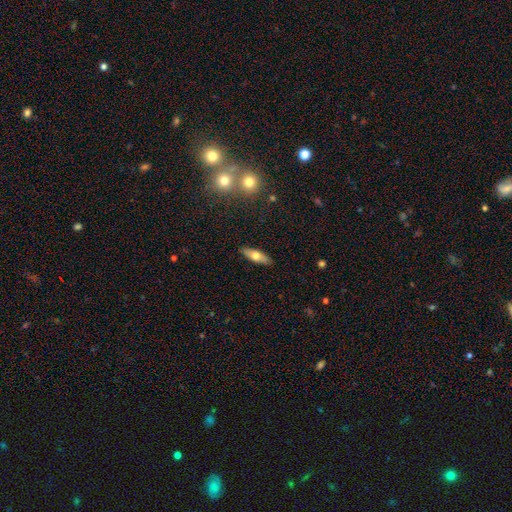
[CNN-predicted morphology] This appears to be a smooth galaxy with no disk features (61%) that is in between round and cigar-shaped (54%). Merging: none (89%).